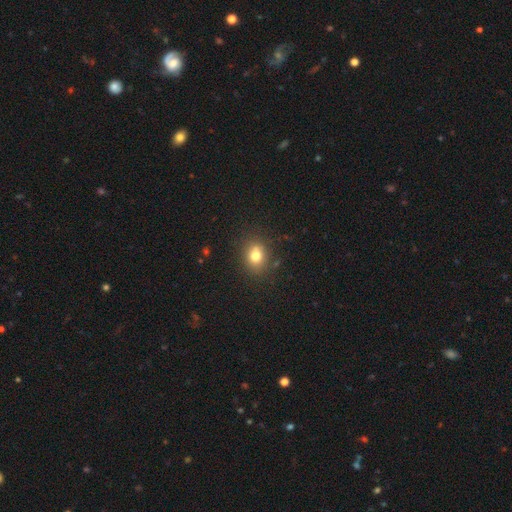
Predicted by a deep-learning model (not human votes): A smooth galaxy with no disk features (76%) that is round (58%). Merging: none (79%).